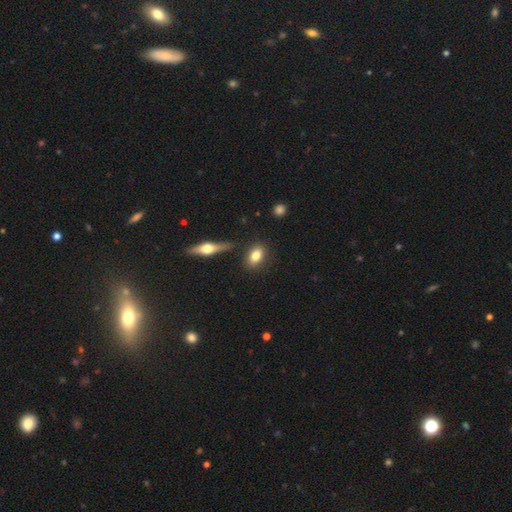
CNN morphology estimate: Smooth or featured: smooth — 80% (featured or disk — 13%)
How rounded: in between — 74% (round — 21%)
Merging: none — 84% (minor disturbance — 9%)